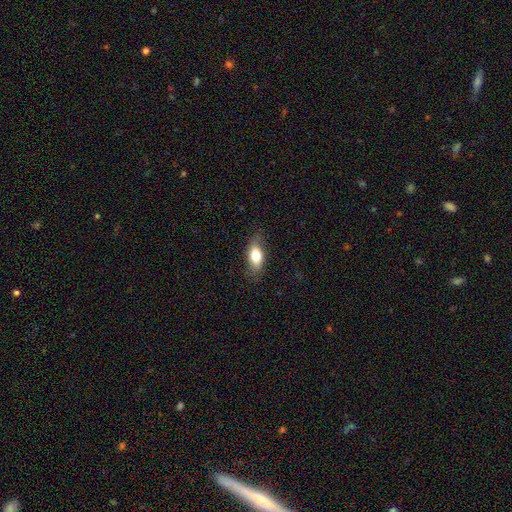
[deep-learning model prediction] This is likely a smooth galaxy (72%). How rounded: clearly in between (80%). Merging: likely none (77%).